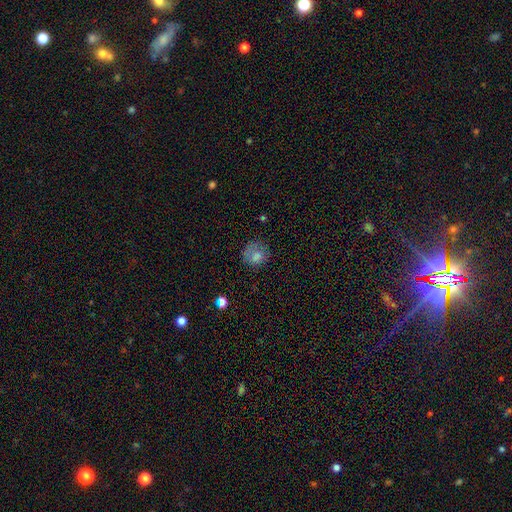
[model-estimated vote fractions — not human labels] A smooth galaxy with no disk features (74%) that is round (79%).

Vote fractions:
- Smooth or featured? smooth: 74% / featured or disk: 14% / star or artifact: 11%
- How rounded? round: 79% / in between: 20% / cigar-shaped: 1%
- Merging? none: 61% / minor disturbance: 23% / major disturbance: 14% / merger: 2%